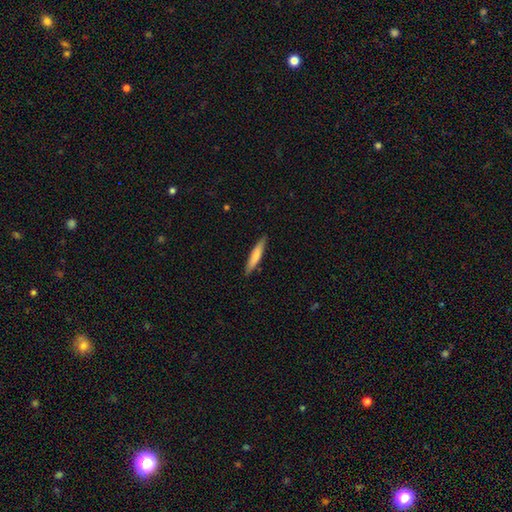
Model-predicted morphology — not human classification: The model was most divided on "smooth or featured": smooth: 73%, featured or disk: 22%, star or artifact: 5%. More confident: how rounded — cigar-shaped (90%); merging — none (88%).